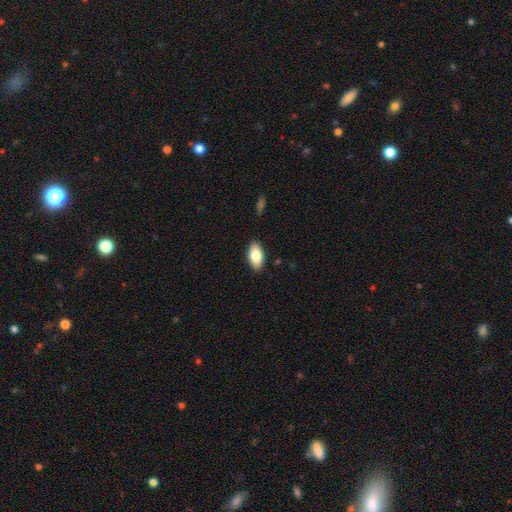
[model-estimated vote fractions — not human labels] A smooth galaxy with no disk features (82%) that is in between round and cigar-shaped (92%). Merging: none (87%).